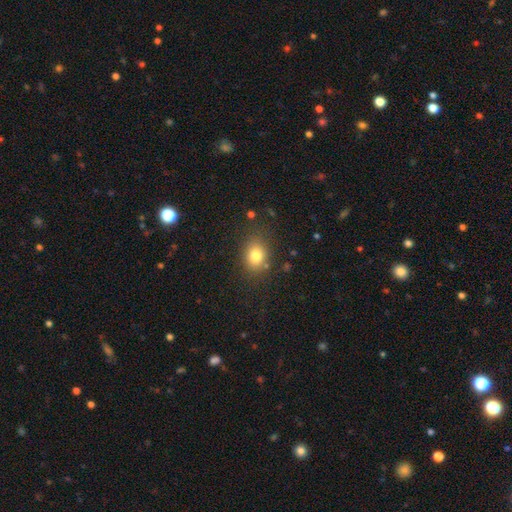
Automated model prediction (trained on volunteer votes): Smooth or featured: smooth — 80% (star or artifact — 11%)
How rounded: in between — 61% (round — 38%)
Merging: none — 80% (minor disturbance — 13%)